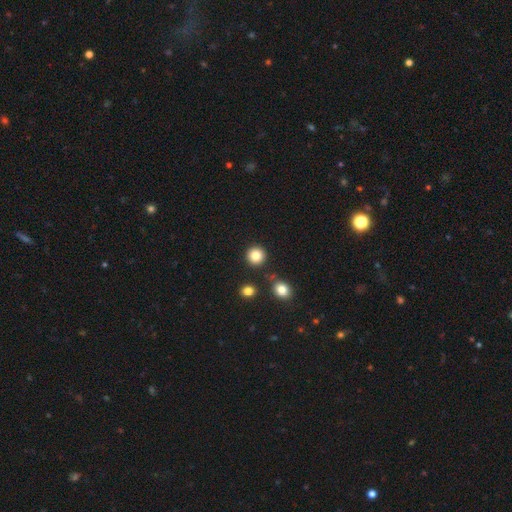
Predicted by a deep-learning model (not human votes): Smooth or featured?
  - smooth: 84% *
  - star or artifact: 11%
  - featured or disk: 5%
How rounded?
  - round: 93% *
  - in between: 6%
  - cigar-shaped: 1%
Merging?
  - none: 87% *
  - minor disturbance: 6%
  - merger: 4%
  - major disturbance: 2%